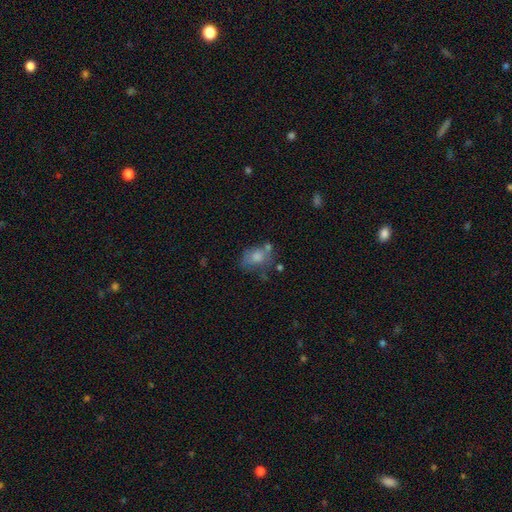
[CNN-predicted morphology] Smooth or featured? Predicted: smooth (p=0.67). How rounded? Predicted: in between (p=0.73). Merging? Predicted: none (p=0.39).